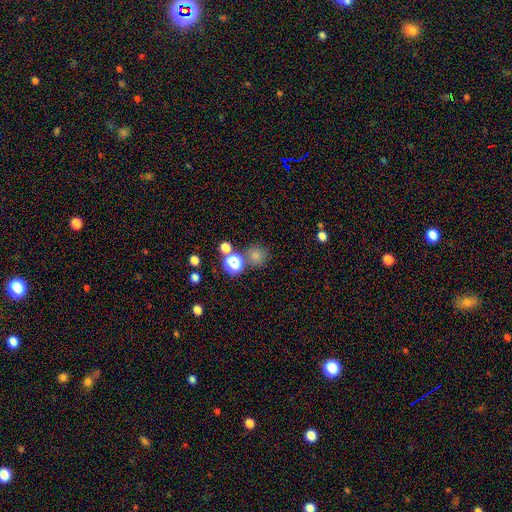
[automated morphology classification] type=smooth (71%); roundness=round (89%); merging=none (71%).